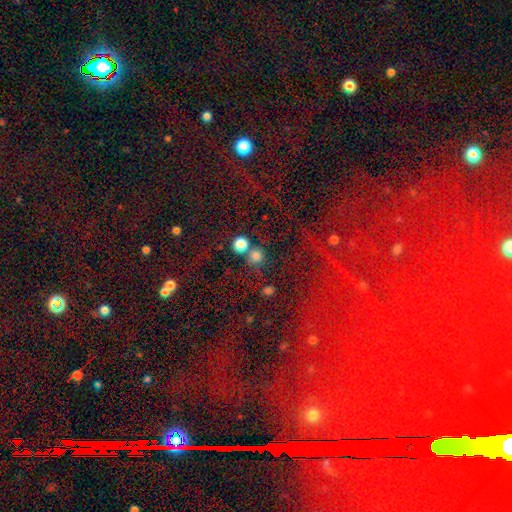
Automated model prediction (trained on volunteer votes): Smooth or featured: smooth — 78% (star or artifact — 15%)
How rounded: round — 91% (in between — 8%)
Merging: none — 66% (merger — 22%)